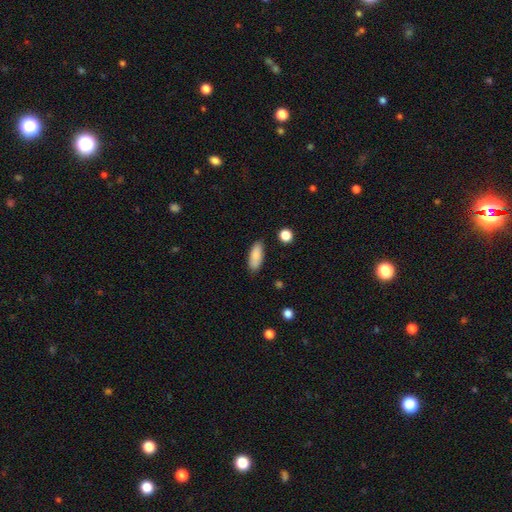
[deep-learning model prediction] smooth-or-featured: smooth: 86% | featured or disk: 7% | star or artifact: 6%
  how-rounded: in between: 78% | cigar-shaped: 20% | round: 2%
  merging: none: 85% | minor disturbance: 11% | major disturbance: 2% | merger: 2%